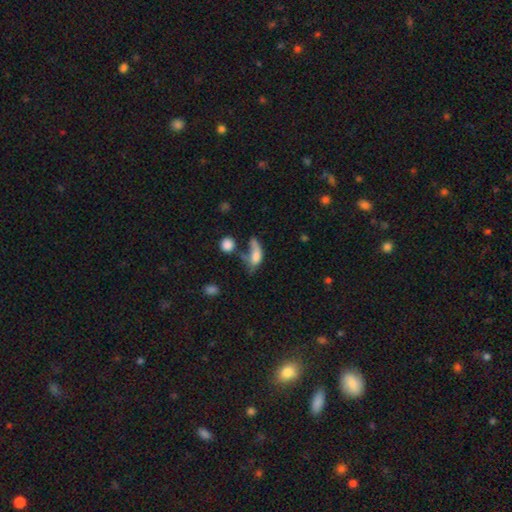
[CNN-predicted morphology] smooth-or-featured: smooth: 64% | featured or disk: 25% | star or artifact: 10%
  how-rounded: in between: 72% | cigar-shaped: 20% | round: 7%
  merging: major disturbance: 33% | merger: 27% | none: 21% | minor disturbance: 19%